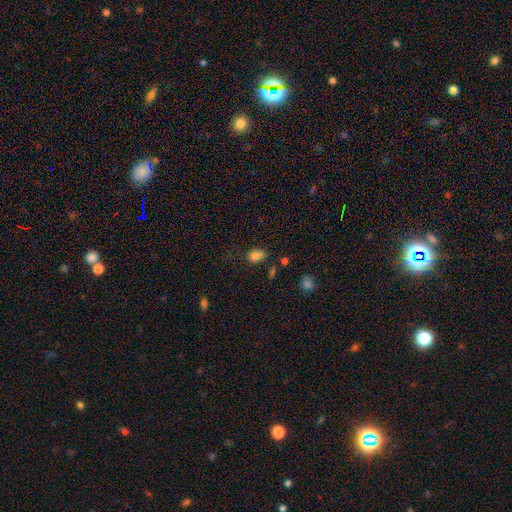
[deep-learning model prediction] smooth 81%, star or artifact 13%, featured or disk 7%. Down the decision tree: how rounded — in between (81%); merging — none (52%).